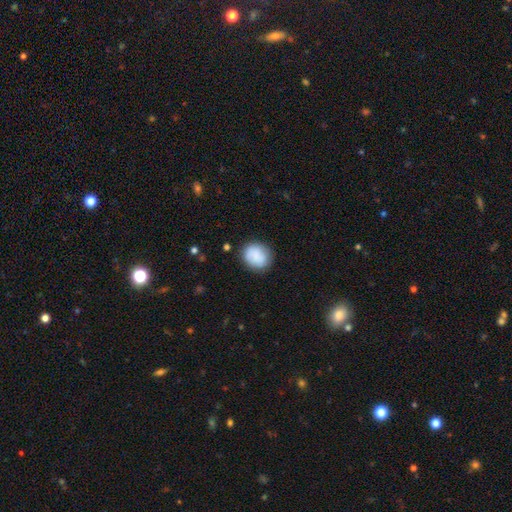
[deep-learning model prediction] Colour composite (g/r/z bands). It shows a smooth galaxy with no disk features (82%) that is round (76%). Merging: none (79%).